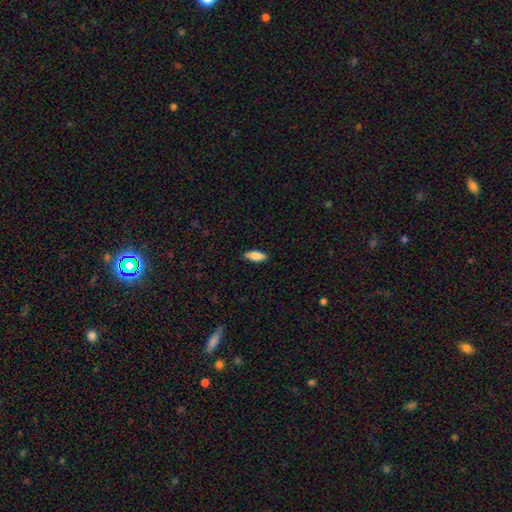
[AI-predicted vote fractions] A smooth galaxy with no disk features (82%) that is in between round and cigar-shaped (77%).

Vote fractions:
- Smooth or featured? smooth: 82% / featured or disk: 12% / star or artifact: 6%
- How rounded? in between: 77% / cigar-shaped: 21% / round: 2%
- Merging? none: 87% / minor disturbance: 10% / major disturbance: 2% / merger: 1%